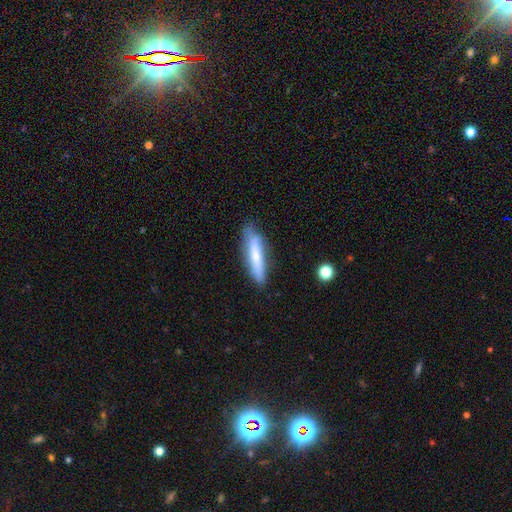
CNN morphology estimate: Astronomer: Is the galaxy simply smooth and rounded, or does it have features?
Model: smooth — 65%.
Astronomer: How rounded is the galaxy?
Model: cigar-shaped — 81%.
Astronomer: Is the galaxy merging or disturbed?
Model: none — 73%.